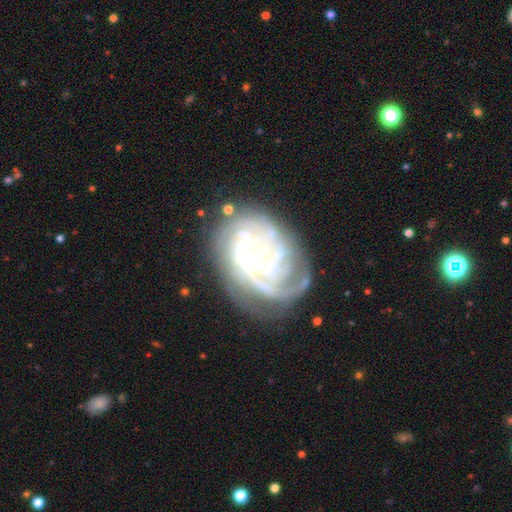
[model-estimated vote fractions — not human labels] featured or disk 87%, smooth 7%, star or artifact 7%. Down the decision tree: edge-on disk — no (97%); bar — no (78%); spiral arms — yes (96%); spiral arm count — 4 (25%, tied with can't tell); spiral winding — tight (73%); bulge size — small (77%); merging — none (68%).